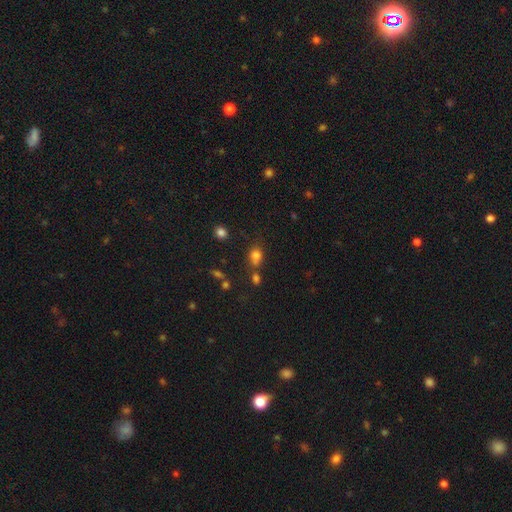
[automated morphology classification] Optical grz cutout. It shows a smooth galaxy with no disk features (76%) that is round (51%). Merging: none (48%).